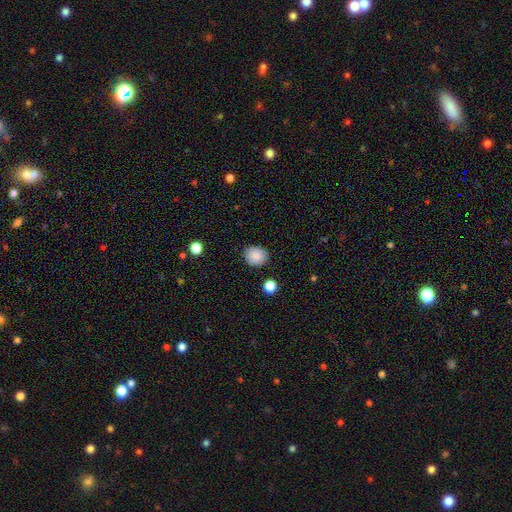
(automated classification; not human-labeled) Q: Smooth or featured?
A: smooth (87%); runner-up: star or artifact (8%)
Q: How rounded?
A: round (78%); runner-up: in between (22%)
Q: Merging?
A: none (87%); runner-up: minor disturbance (9%)